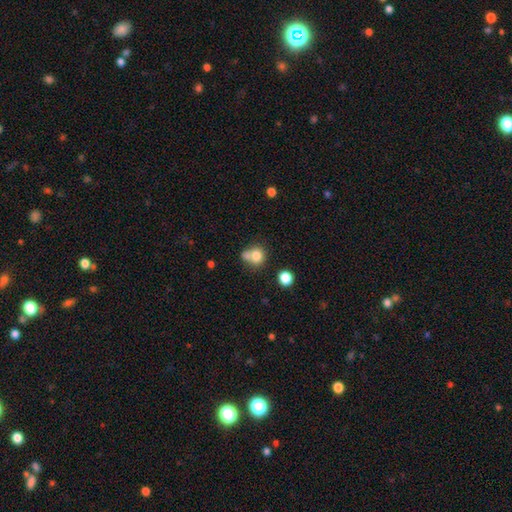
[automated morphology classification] The model was most divided on "merging": merger: 43%, none: 39%, minor disturbance: 12%, major disturbance: 6%. More confident: smooth or featured — smooth (77%); how rounded — round (75%).